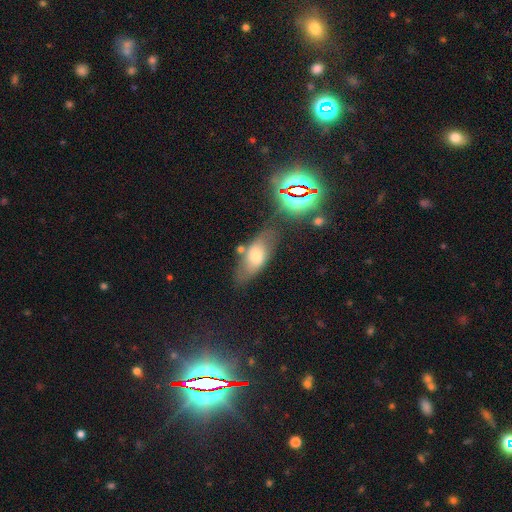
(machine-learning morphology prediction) smooth 62%, featured or disk 26%, star or artifact 12%. Down the decision tree: how rounded — in between (82%); merging — none (62%).